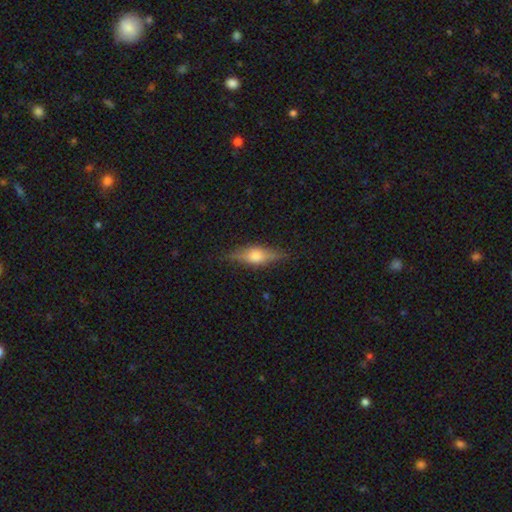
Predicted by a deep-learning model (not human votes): This appears to be a featured or disk galaxy (52%) viewed edge-on (92%). Merging: none (82%).